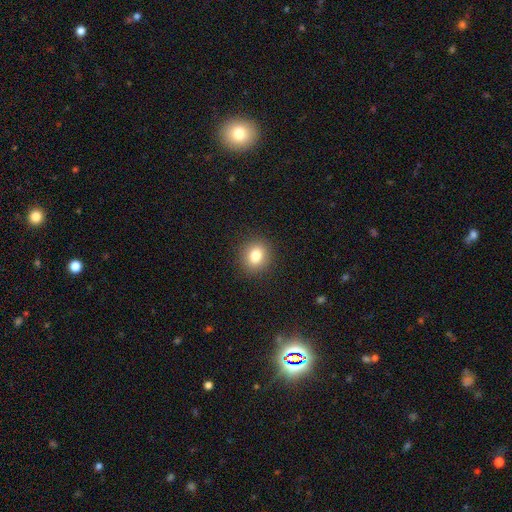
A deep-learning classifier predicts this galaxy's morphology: smooth_or_featured: smooth (p=0.82) [alt: star or artifact p=0.11]
how_rounded: round (p=0.70) [alt: in between p=0.29]
merging: none (p=0.90) [alt: minor disturbance p=0.06]